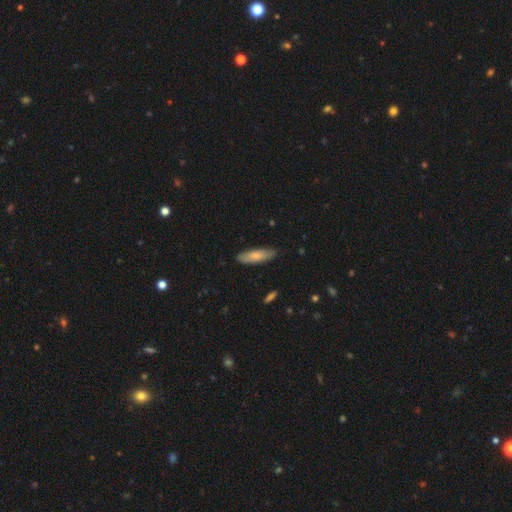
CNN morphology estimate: smooth-or-featured: smooth: 80% | featured or disk: 15% | star or artifact: 5%
  how-rounded: cigar-shaped: 56% | in between: 42% | round: 1%
  merging: none: 86% | minor disturbance: 11% | major disturbance: 2% | merger: 1%